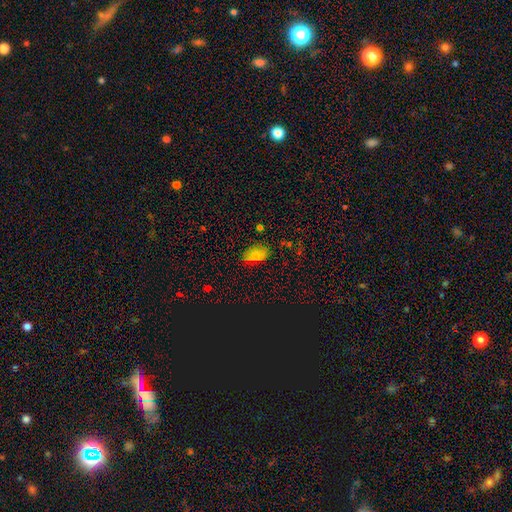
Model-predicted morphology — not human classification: Smooth or featured? smooth (73%)
How rounded? in between (92%)
Merging? none (76%)